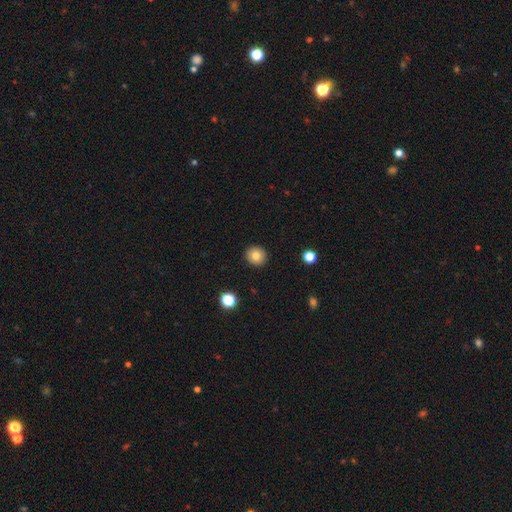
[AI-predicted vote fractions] smooth 80%, star or artifact 10%, featured or disk 10%. Down the decision tree: how rounded — round (92%); merging — none (92%).